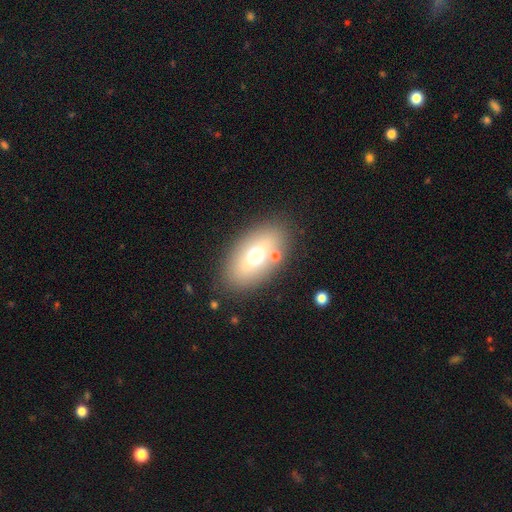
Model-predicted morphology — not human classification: Smooth or featured? Predicted: smooth (p=0.63). How rounded? Predicted: in between (p=0.87). Merging? Predicted: none (p=0.80).